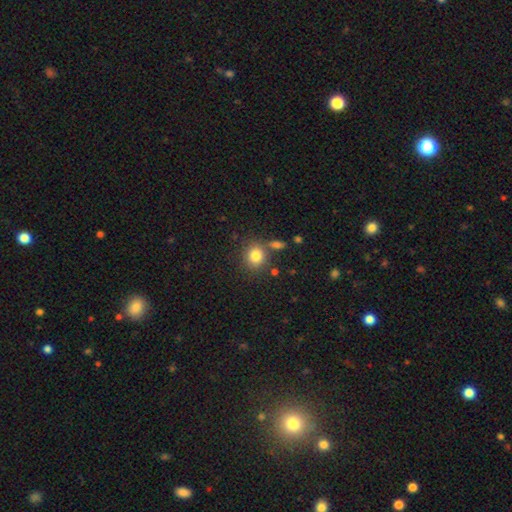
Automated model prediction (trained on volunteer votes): Smooth or featured?
  - smooth: 81% *
  - star or artifact: 12%
  - featured or disk: 8%
How rounded?
  - round: 81% *
  - in between: 18%
  - cigar-shaped: 1%
Merging?
  - none: 73% *
  - merger: 12%
  - minor disturbance: 11%
  - major disturbance: 4%